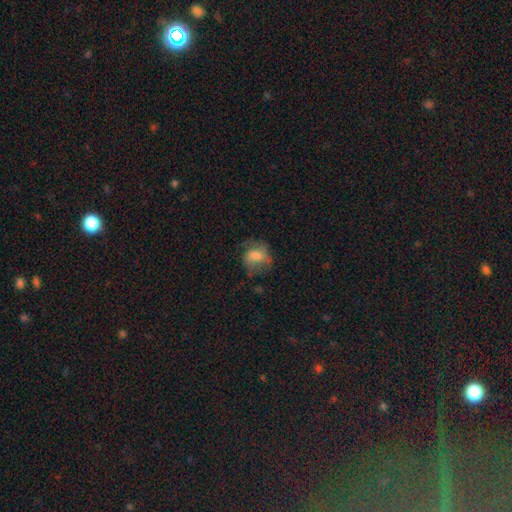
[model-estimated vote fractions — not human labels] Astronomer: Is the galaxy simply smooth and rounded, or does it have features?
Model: smooth — 56% (runner-up: featured or disk, 35%).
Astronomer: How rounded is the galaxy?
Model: round — 60% (runner-up: in between, 39%).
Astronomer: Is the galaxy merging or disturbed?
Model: none — 53%.